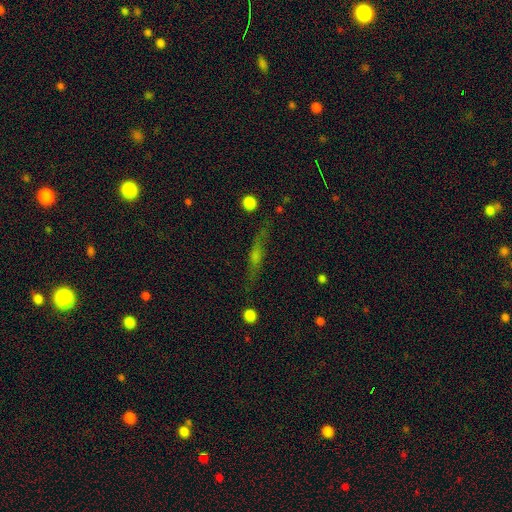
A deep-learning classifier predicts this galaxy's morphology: Overall: featured or disk (55%; smooth 29%). Edge-on disk: yes (83%). Merging: none (75%).